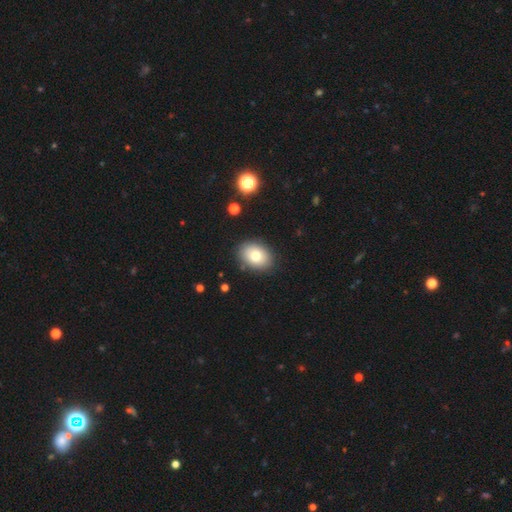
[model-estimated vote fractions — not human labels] Smooth or featured? Predicted: smooth (p=0.77). How rounded? Predicted: in between (p=0.75). Merging? Predicted: none (p=0.87).